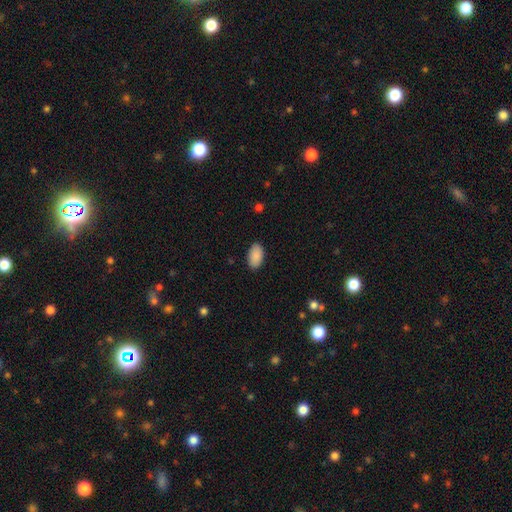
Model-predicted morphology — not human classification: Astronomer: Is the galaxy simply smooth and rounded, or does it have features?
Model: smooth — 90%.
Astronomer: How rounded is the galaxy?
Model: in between — 95%.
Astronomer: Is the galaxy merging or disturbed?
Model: none — 89%.